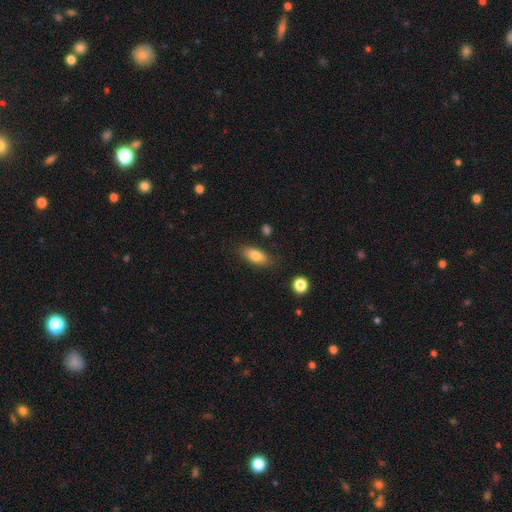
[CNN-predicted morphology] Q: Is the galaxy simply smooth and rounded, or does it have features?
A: smooth — 79%.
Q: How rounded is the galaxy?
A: in between — 80%.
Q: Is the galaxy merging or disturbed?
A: none — 83%.